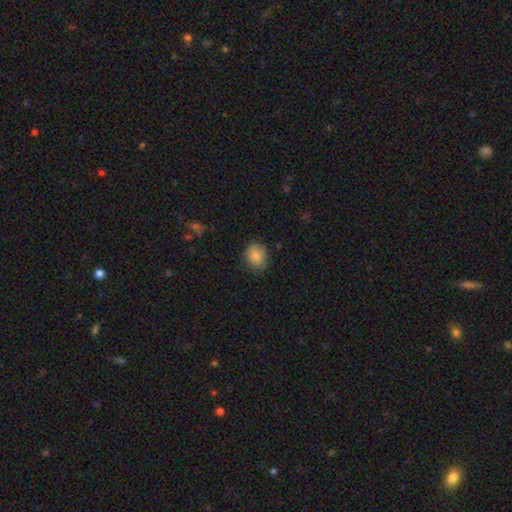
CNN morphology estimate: Overall: smooth (86%). How rounded: round (71%). Merging: none (80%).